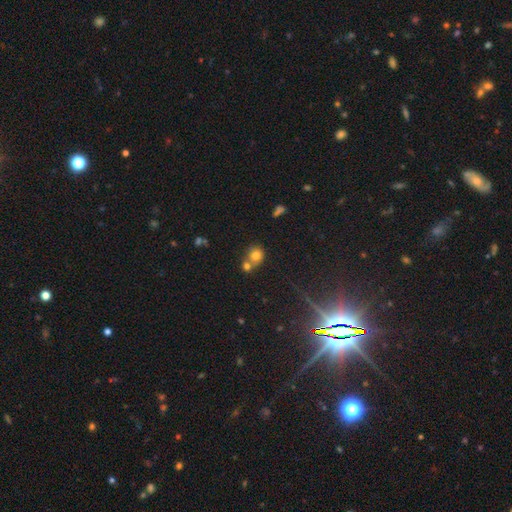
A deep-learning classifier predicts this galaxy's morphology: Smooth or featured?
  - smooth: 75% *
  - star or artifact: 13%
  - featured or disk: 12%
How rounded?
  - round: 78% *
  - in between: 21%
  - cigar-shaped: 1%
Merging?
  - merger: 46% *
  - none: 42%
  - minor disturbance: 9%
  - major disturbance: 3%